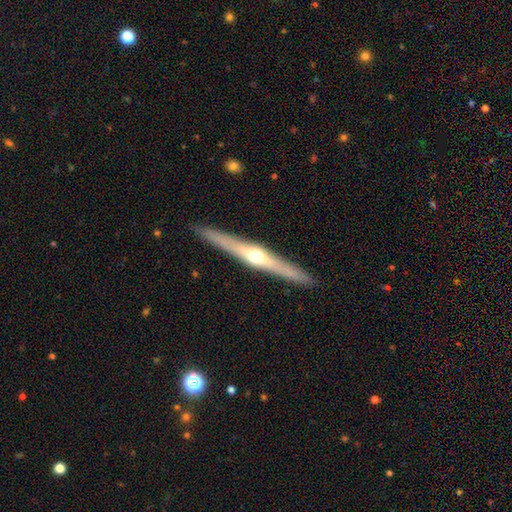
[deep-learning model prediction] Smooth or featured? featured or disk (71%)
Edge-on disk? yes (97%)
Edge-on bulge? rounded (93%)
Merging? none (90%)